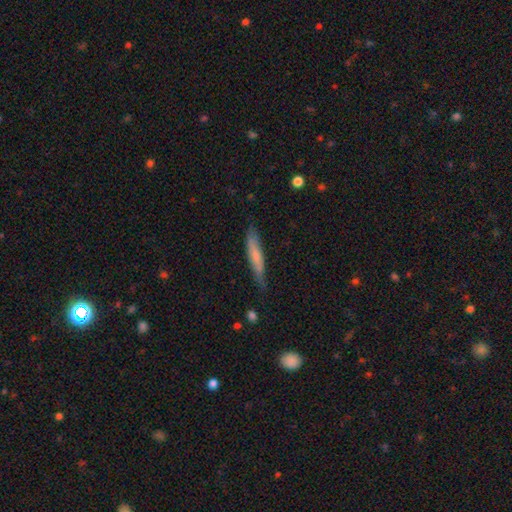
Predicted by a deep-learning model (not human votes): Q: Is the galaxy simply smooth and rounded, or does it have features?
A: smooth — 65%.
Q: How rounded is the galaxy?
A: cigar-shaped — 91%.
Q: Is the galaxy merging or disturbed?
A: none — 74%.